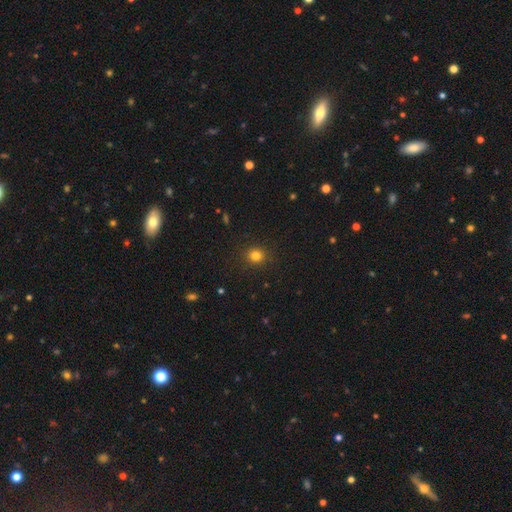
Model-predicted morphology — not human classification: Smooth or featured? smooth (82%)
How rounded? round (84%)
Merging? none (89%)